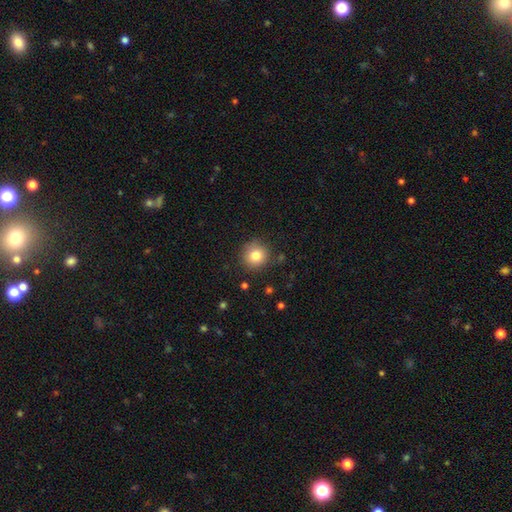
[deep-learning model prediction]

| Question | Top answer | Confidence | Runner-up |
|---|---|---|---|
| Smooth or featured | smooth | 81% | star or artifact (11%) |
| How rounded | round | 93% | in between (6%) |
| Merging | none | 87% | minor disturbance (9%) |